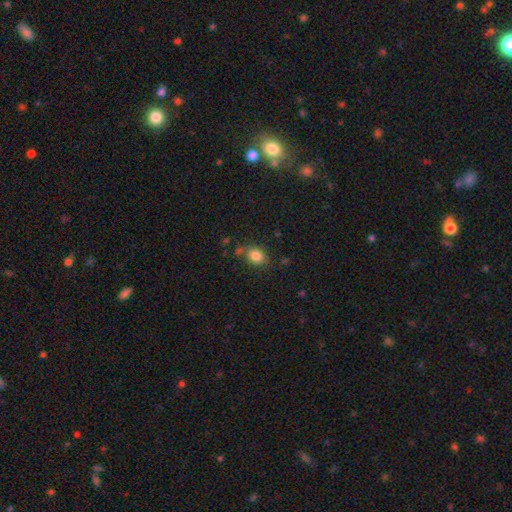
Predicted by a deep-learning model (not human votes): Smooth or featured? smooth (83%)
How rounded? in between (66%)
Merging? none (71%)